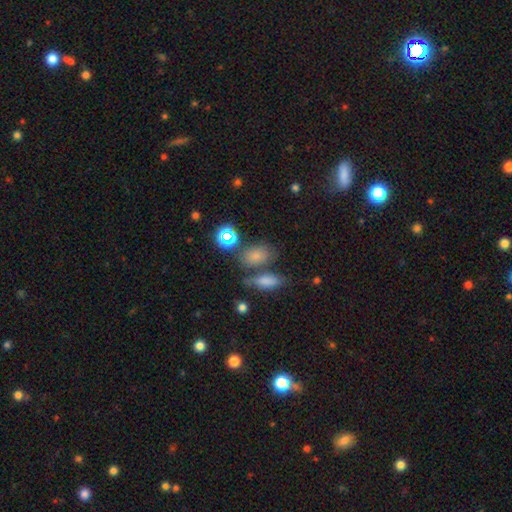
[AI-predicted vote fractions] This is likely a smooth galaxy (74%). How rounded: clearly in between (81%). Merging: possibly none (58%).